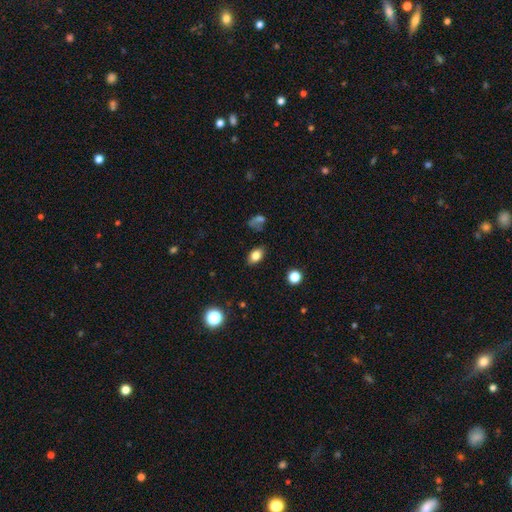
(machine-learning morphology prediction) This is clearly a smooth galaxy (80%). How rounded: clearly in between (84%). Merging: clearly none (83%).